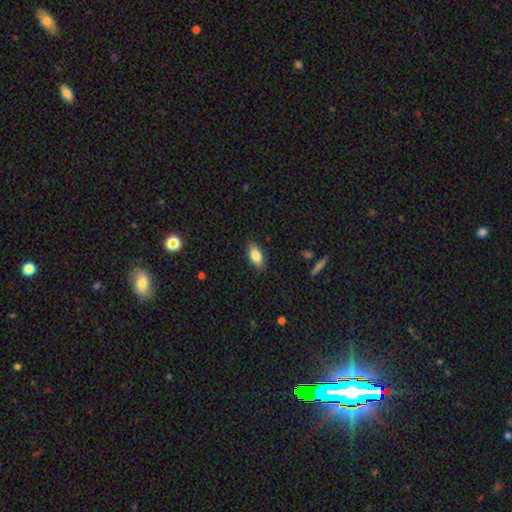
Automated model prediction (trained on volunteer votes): Smooth or featured: smooth — 81% (featured or disk — 11%)
How rounded: in between — 83% (cigar-shaped — 13%)
Merging: none — 85% (minor disturbance — 11%)